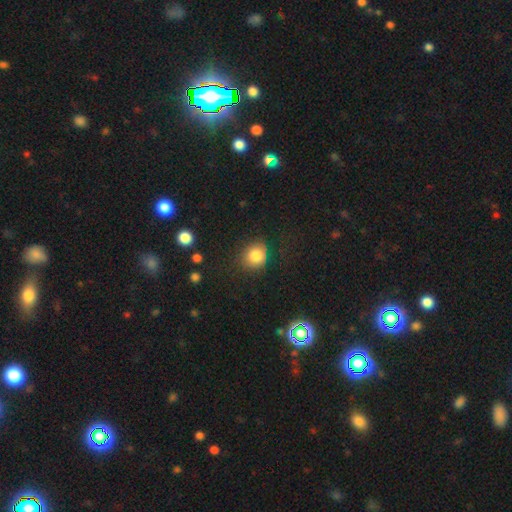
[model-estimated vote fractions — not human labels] Smooth or featured? smooth (82%)
How rounded? round (80%)
Merging? none (76%)